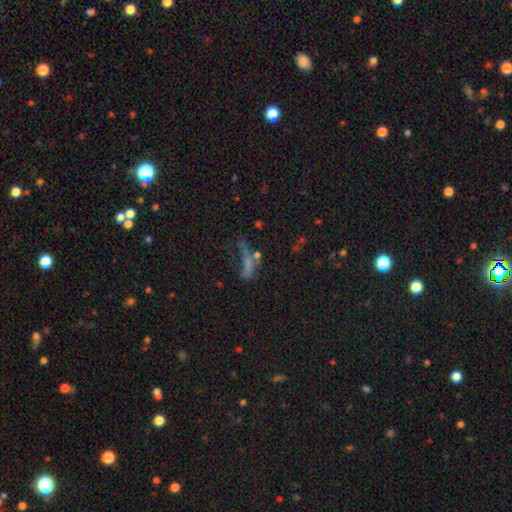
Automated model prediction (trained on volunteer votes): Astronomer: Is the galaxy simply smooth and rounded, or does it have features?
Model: smooth — 48% (runner-up: featured or disk, 30%).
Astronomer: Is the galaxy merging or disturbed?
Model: major disturbance — 31%, tied with none at 31%.